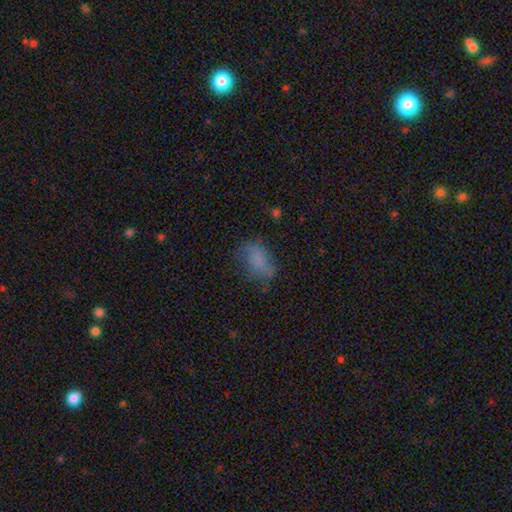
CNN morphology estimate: Q: Smooth or featured?
A: smooth (72%); runner-up: featured or disk (17%)
Q: How rounded?
A: in between (86%); runner-up: round (11%)
Q: Merging?
A: none (53%); runner-up: minor disturbance (28%)